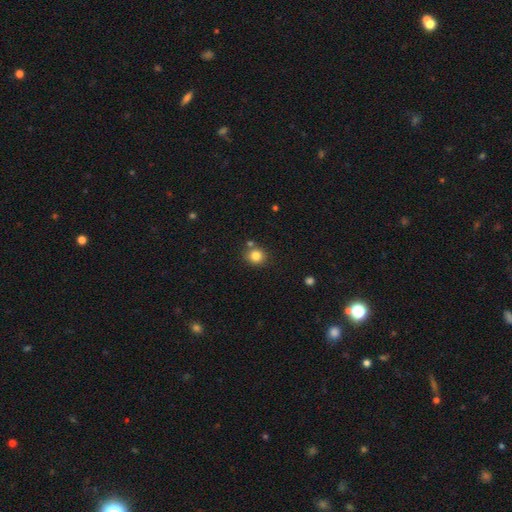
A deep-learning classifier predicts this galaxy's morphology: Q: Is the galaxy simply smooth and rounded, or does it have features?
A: smooth — 83%.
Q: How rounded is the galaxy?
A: round — 85%.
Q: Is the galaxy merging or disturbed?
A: none — 74%.